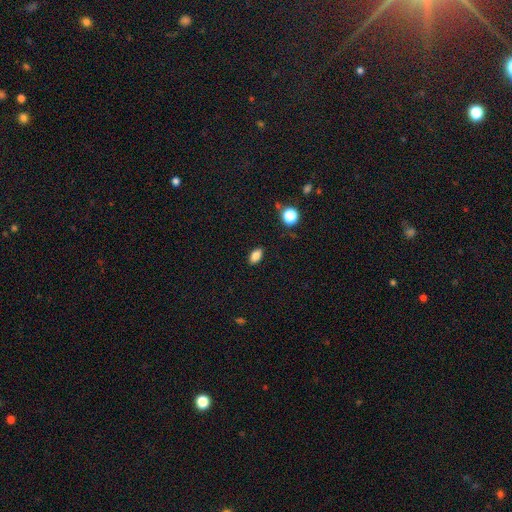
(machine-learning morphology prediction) Q: Smooth or featured?
A: smooth (83%); runner-up: star or artifact (10%)
Q: How rounded?
A: in between (88%); runner-up: round (9%)
Q: Merging?
A: none (88%); runner-up: minor disturbance (9%)